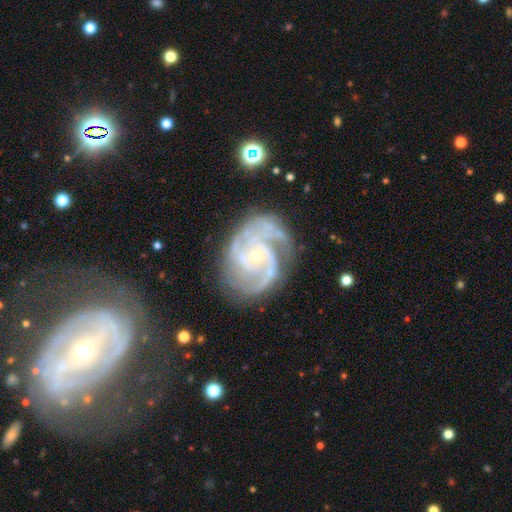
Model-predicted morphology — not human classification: featured or disk 91%, star or artifact 5%, smooth 3%. Down the decision tree: edge-on disk — no (98%); bar — no (60%); spiral arms — yes (98%); spiral arm count — 2 (41%); spiral winding — tight (55%); bulge size — small (76%); merging — none (67%).